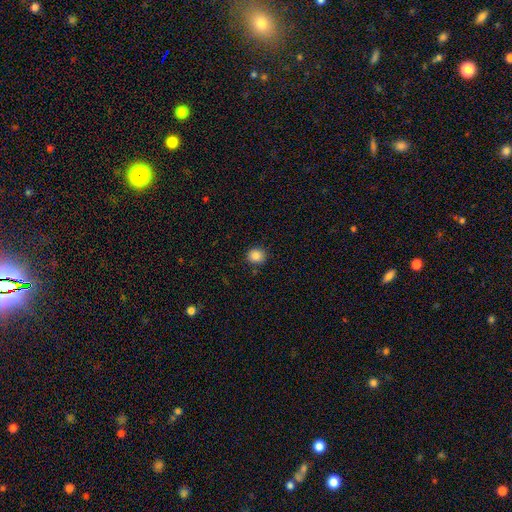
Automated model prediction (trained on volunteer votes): A smooth galaxy with no disk features (85%) that is round (80%). Merging: none (88%).